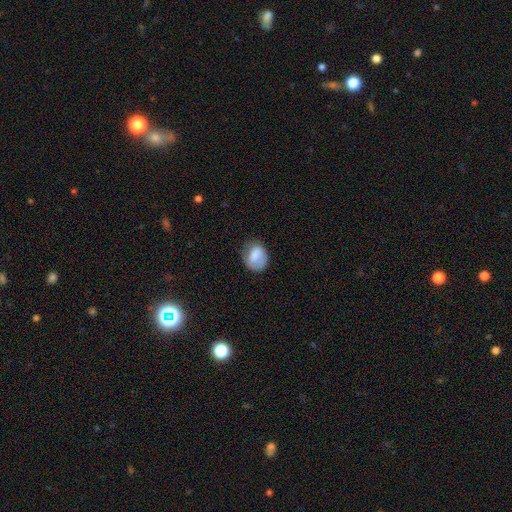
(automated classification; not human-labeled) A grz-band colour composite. It shows a smooth galaxy with no disk features (77%) that is in between round and cigar-shaped (55%). Merging: none (61%).